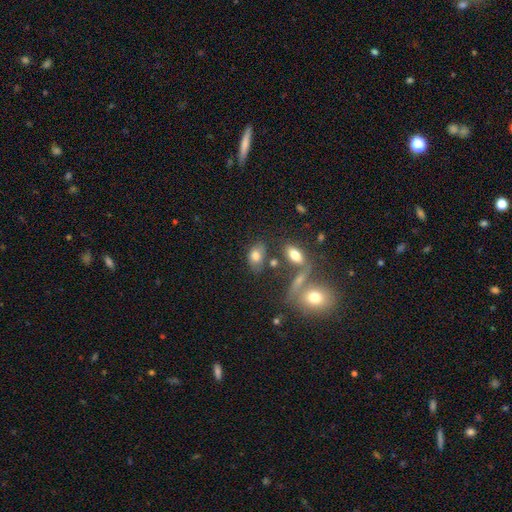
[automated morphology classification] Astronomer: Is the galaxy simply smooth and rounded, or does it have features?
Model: smooth — 77%.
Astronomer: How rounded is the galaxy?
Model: in between — 85%.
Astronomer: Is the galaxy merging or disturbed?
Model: none — 60%.